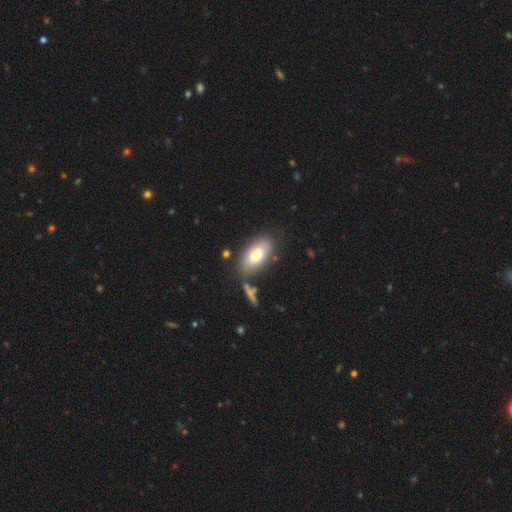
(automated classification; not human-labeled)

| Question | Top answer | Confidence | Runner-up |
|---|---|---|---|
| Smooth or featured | smooth | 75% | featured or disk (18%) |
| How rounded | in between | 92% | cigar-shaped (5%) |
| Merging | none | 76% | minor disturbance (13%) |